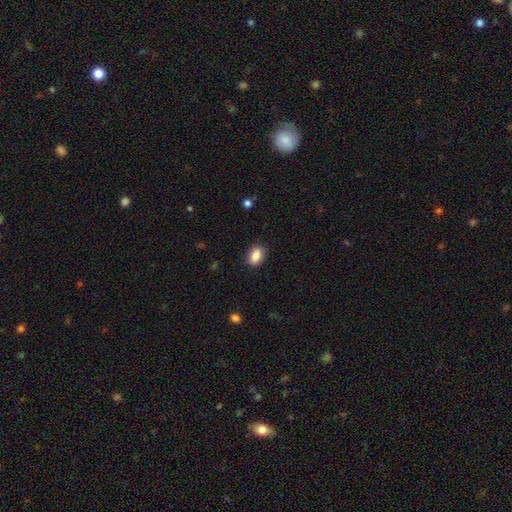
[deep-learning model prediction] smooth 87%, star or artifact 8%, featured or disk 5%. Down the decision tree: how rounded — in between (81%); merging — none (88%).